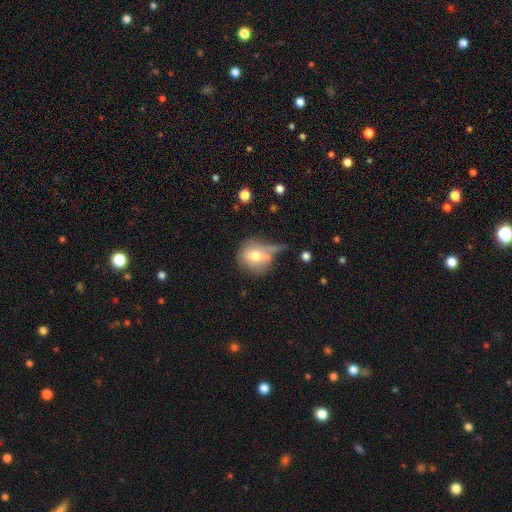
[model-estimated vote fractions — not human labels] A smooth galaxy with no disk features (68%) that is round (73%). Merging: none (40%).